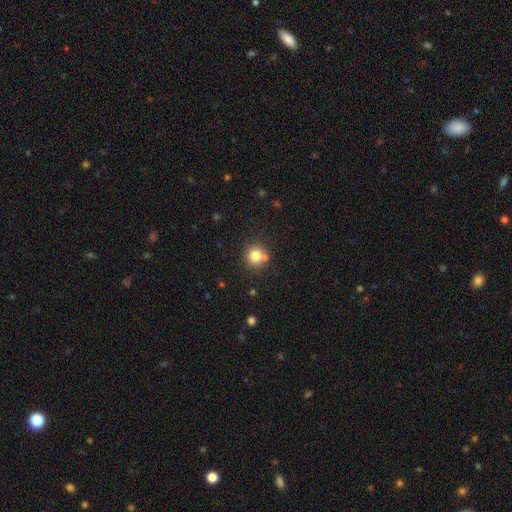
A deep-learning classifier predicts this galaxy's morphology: smooth 79%, star or artifact 12%, featured or disk 9%. Down the decision tree: how rounded — round (92%); merging — none (73%).